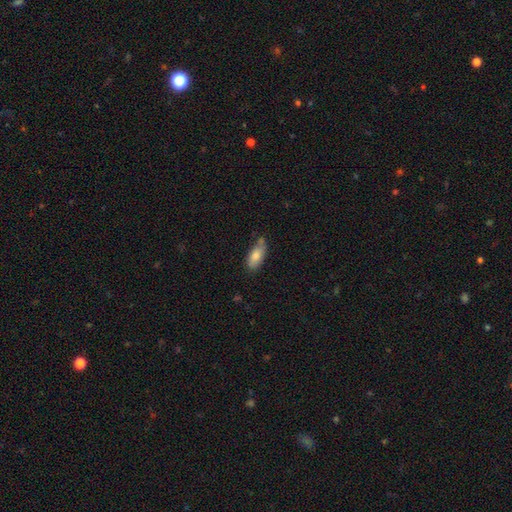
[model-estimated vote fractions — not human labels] This appears to be a smooth galaxy with no disk features (77%) that is in between round and cigar-shaped (83%). Merging: none (65%).